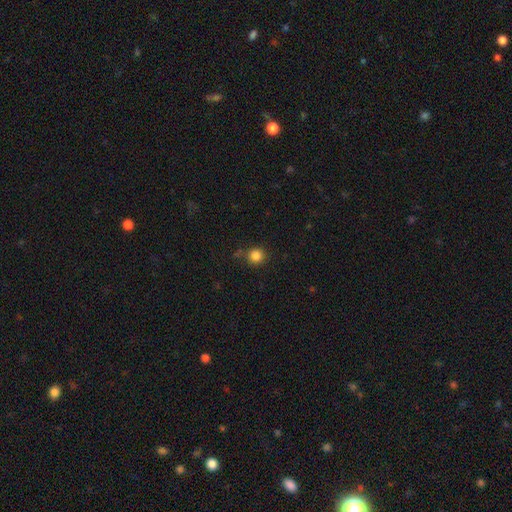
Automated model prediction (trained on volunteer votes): The model was most divided on "merging": none: 82%, minor disturbance: 11%, merger: 4%, major disturbance: 3%. More confident: how rounded — round (93%); smooth or featured — smooth (84%).